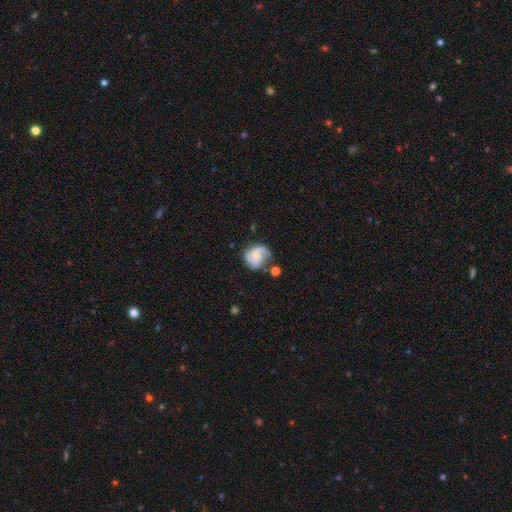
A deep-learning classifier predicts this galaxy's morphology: featured or disk 73%, smooth 20%, star or artifact 7%. Down the decision tree: edge-on disk — no (98%); bar — no (64%); spiral arms — yes (94%); spiral arm count — 2 (62%); spiral winding — medium (47%); bulge size — small (52%); merging — none (62%).